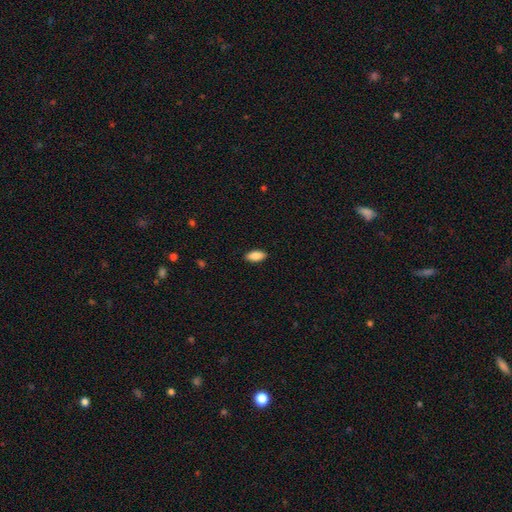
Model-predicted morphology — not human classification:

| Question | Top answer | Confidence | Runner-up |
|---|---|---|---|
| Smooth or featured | smooth | 88% | star or artifact (6%) |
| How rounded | in between | 88% | cigar-shaped (10%) |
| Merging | none | 89% | minor disturbance (8%) |